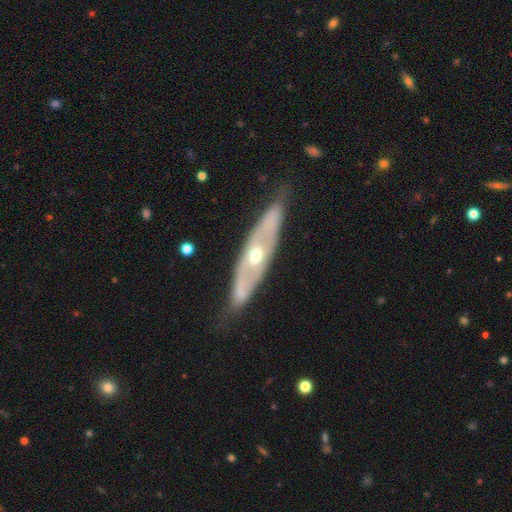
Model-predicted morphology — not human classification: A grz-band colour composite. It shows a featured or disk galaxy (70%). Merging: none (74%).